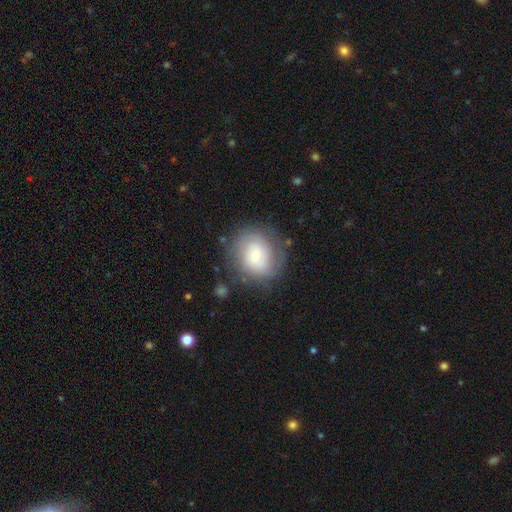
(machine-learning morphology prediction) This is possibly a smooth galaxy (60%). How rounded: likely round (67%). Merging: likely none (74%).